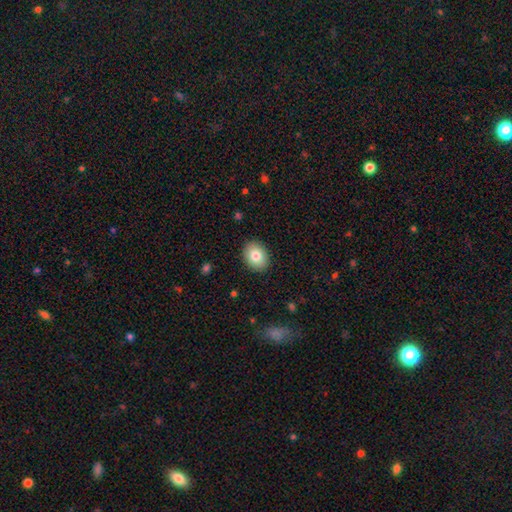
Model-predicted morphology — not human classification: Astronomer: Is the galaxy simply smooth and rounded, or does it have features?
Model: smooth — 82%.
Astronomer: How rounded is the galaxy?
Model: in between — 58% (runner-up: round, 41%).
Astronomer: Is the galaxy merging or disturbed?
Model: none — 90%.